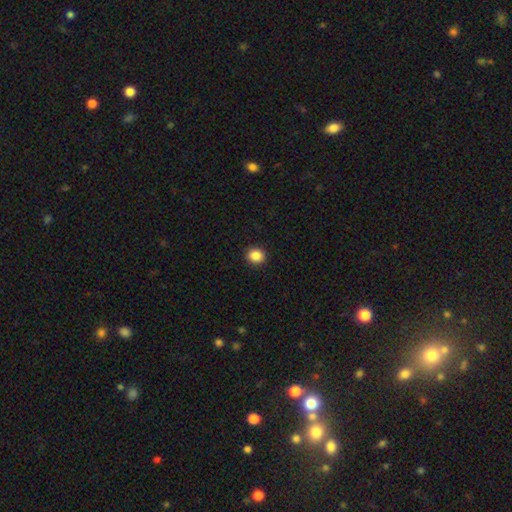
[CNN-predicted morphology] A smooth galaxy with no disk features (87%) that is round (83%). Merging: none (92%).